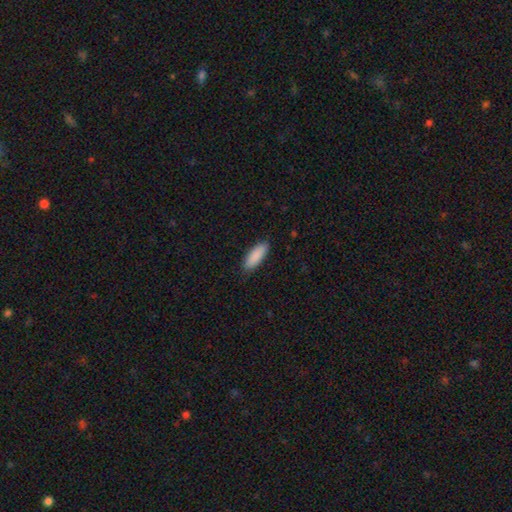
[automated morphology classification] This appears to be a smooth galaxy with no disk features (91%) that is in between round and cigar-shaped (69%). Merging: none (87%).